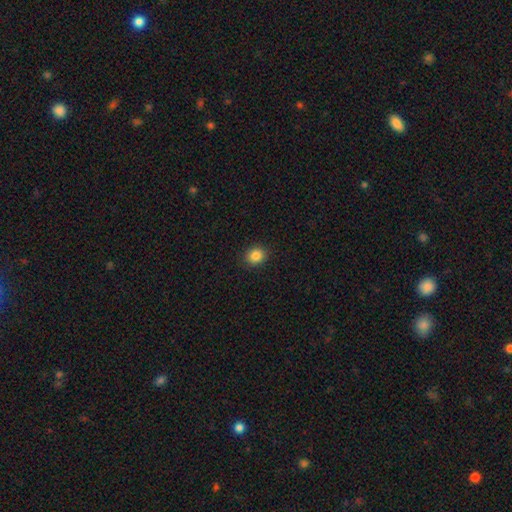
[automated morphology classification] Smooth or featured: smooth — 86% (star or artifact — 10%)
How rounded: round — 73% (in between — 26%)
Merging: none — 91% (minor disturbance — 6%)